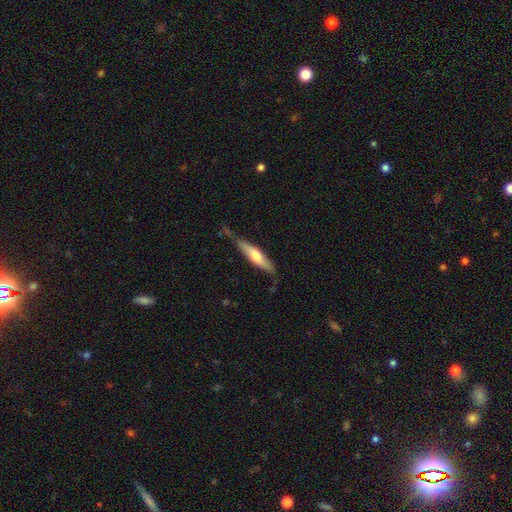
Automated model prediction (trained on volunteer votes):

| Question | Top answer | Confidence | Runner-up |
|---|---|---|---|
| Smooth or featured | smooth | 49% | featured or disk (45%) |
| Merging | none | 63% | minor disturbance (27%) |